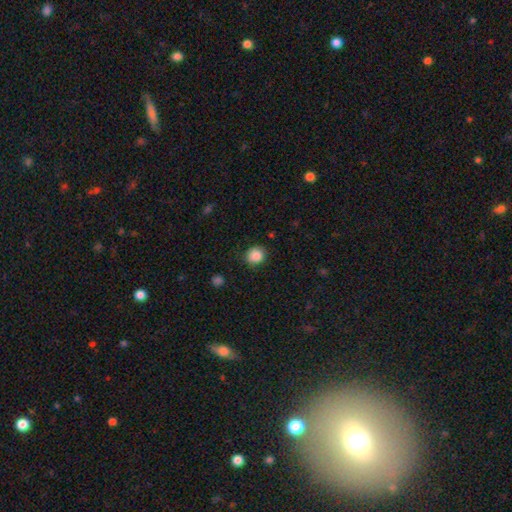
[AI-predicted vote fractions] Q: Smooth or featured?
A: smooth (87%); runner-up: star or artifact (10%)
Q: How rounded?
A: round (85%); runner-up: in between (14%)
Q: Merging?
A: none (86%); runner-up: minor disturbance (10%)